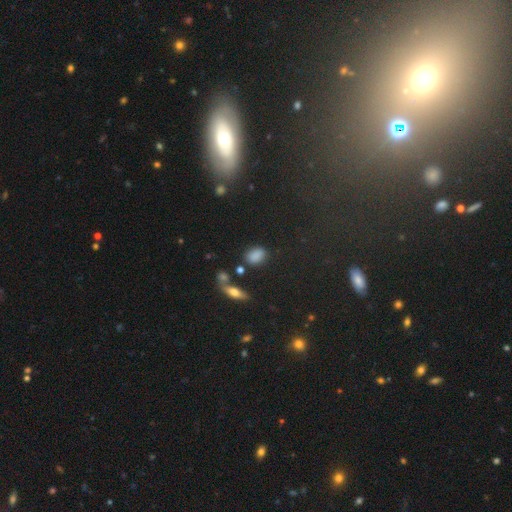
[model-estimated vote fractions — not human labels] A smooth galaxy with no disk features (83%) that is in between round and cigar-shaped (80%). Merging: none (75%).